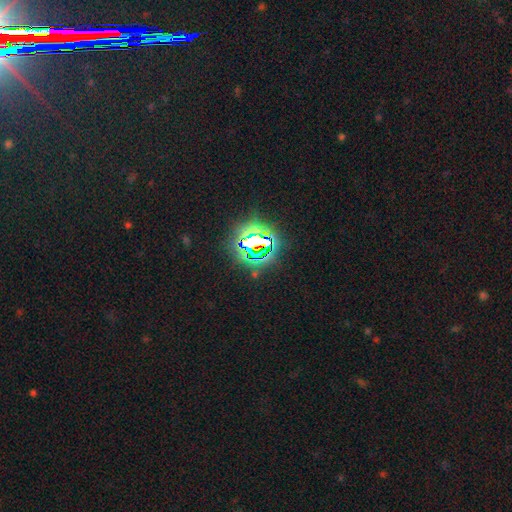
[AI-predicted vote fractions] star or artifact 79%, smooth 12%, featured or disk 9%.